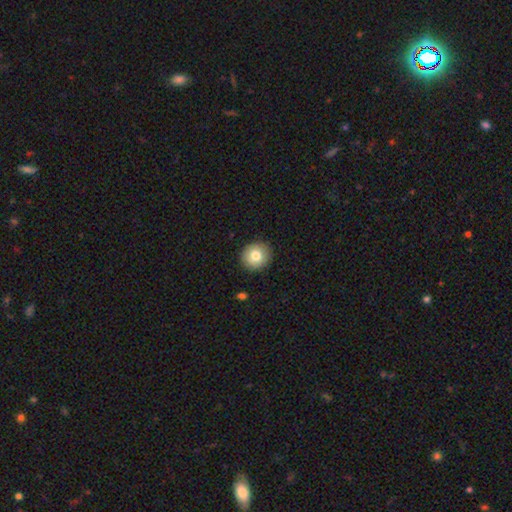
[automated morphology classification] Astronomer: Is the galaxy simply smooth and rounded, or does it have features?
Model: smooth — 79%.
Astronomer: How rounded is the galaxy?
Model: round — 89%.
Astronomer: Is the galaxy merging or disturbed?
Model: none — 90%.